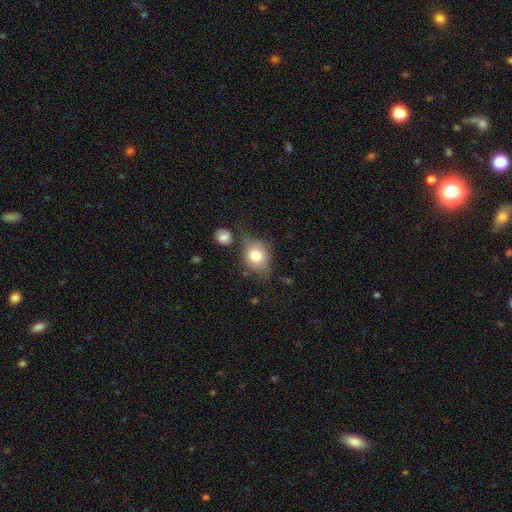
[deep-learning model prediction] smooth-or-featured: smooth: 73% | featured or disk: 18% | star or artifact: 9%
  how-rounded: in between: 54% | round: 44% | cigar-shaped: 2%
  merging: none: 51% | minor disturbance: 25% | merger: 12% | major disturbance: 12%